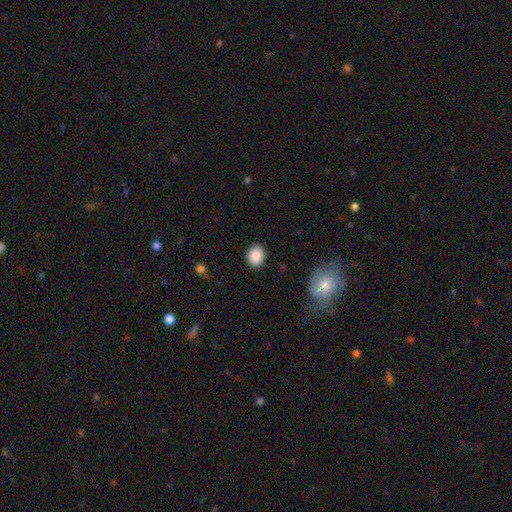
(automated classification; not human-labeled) The model was most divided on "how rounded": in between: 51%, round: 48%, cigar-shaped: 1%. More confident: smooth or featured — smooth (89%); merging — none (87%).